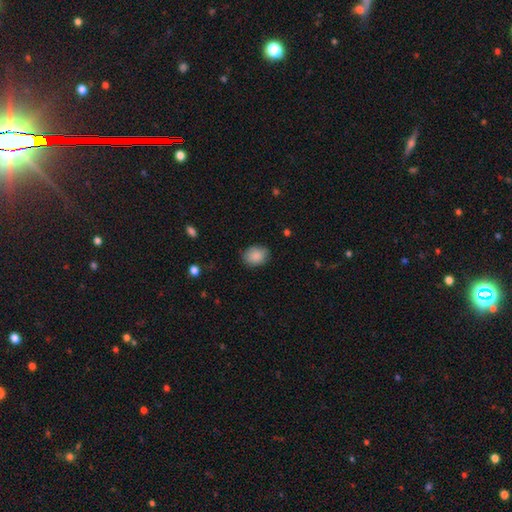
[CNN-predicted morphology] A smooth galaxy with no disk features (88%) that is in between round and cigar-shaped (55%).

Vote fractions:
- Smooth or featured? smooth: 88% / star or artifact: 7% / featured or disk: 4%
- How rounded? in between: 55% / round: 44% / cigar-shaped: 1%
- Merging? none: 81% / minor disturbance: 14% / major disturbance: 3% / merger: 1%